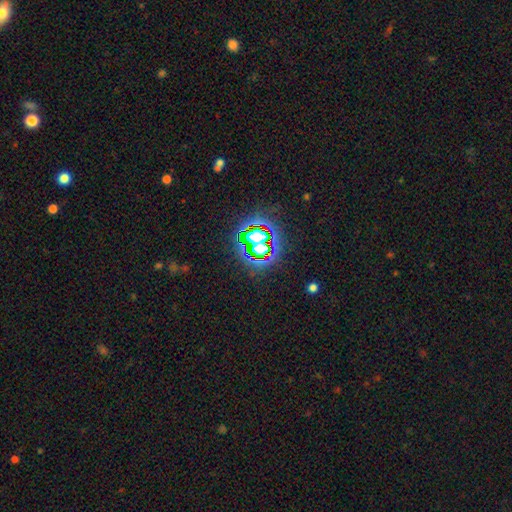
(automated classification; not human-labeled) Q: Smooth or featured?
A: star or artifact (80%); runner-up: smooth (11%)